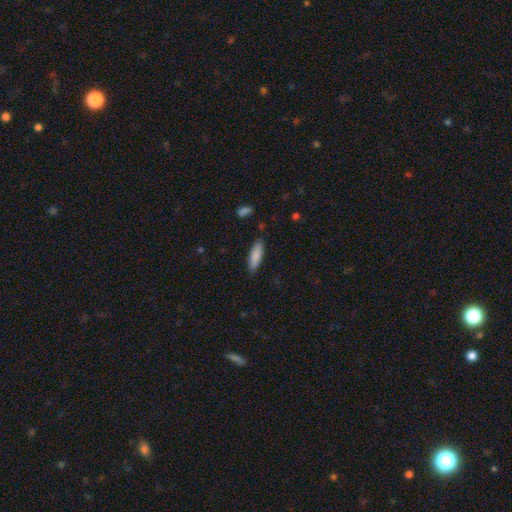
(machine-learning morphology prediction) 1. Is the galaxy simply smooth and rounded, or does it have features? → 85% smooth, 10% featured or disk, 6% star or artifact.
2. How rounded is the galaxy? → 51% cigar-shaped, 48% in between, 1% round.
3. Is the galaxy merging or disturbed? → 85% none, 11% minor disturbance, 2% major disturbance, 2% merger.